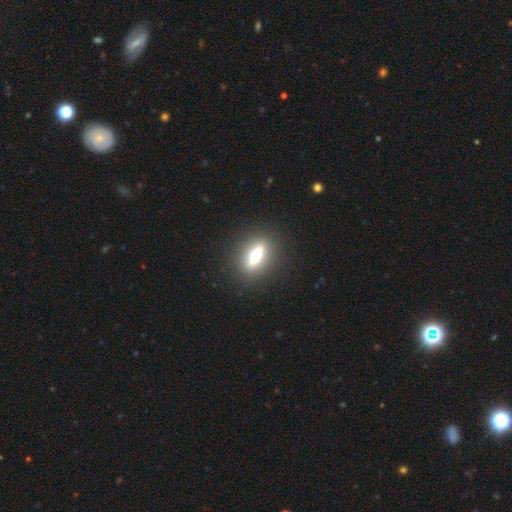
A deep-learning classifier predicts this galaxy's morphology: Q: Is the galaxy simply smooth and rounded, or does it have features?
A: featured or disk — 51%.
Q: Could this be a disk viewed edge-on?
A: yes — 71%.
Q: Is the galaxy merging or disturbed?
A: none — 89%.